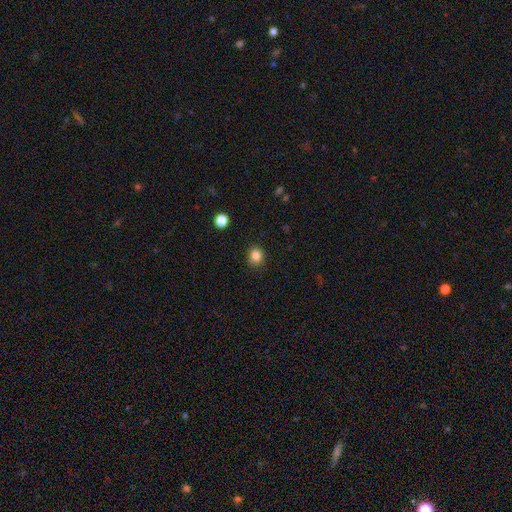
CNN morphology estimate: This appears to be a smooth galaxy with no disk features (84%) that is round (74%). Merging: none (87%).